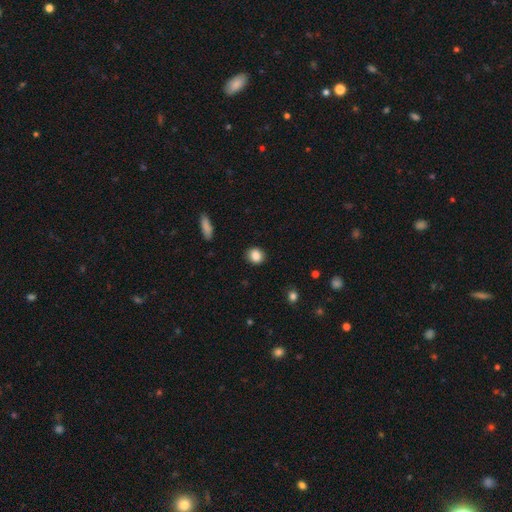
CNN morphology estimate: Smooth or featured? smooth (86%)
How rounded? round (76%)
Merging? none (90%)